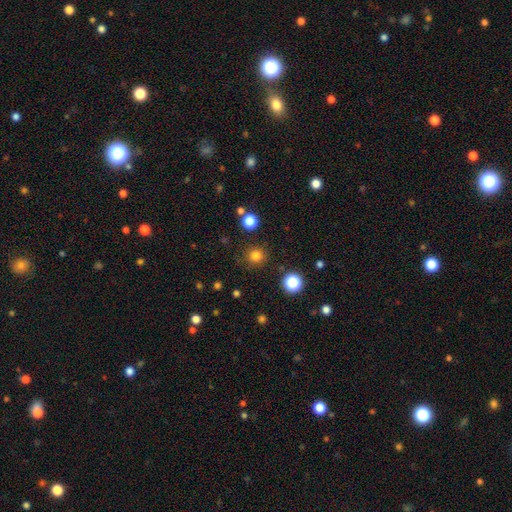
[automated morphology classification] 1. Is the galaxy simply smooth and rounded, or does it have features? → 81% smooth, 15% star or artifact, 4% featured or disk.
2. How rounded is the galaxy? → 93% round, 6% in between, 1% cigar-shaped.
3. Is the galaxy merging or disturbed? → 88% none, 7% minor disturbance, 3% major disturbance, 2% merger.